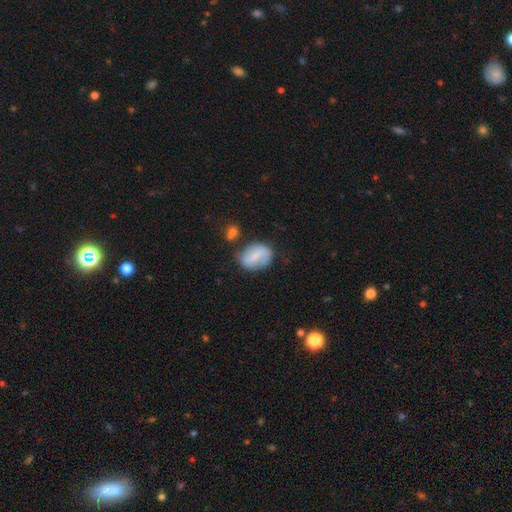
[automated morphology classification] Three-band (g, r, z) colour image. It shows a smooth galaxy with no disk features (61%) that is in between round and cigar-shaped (68%). Merging: none (61%).